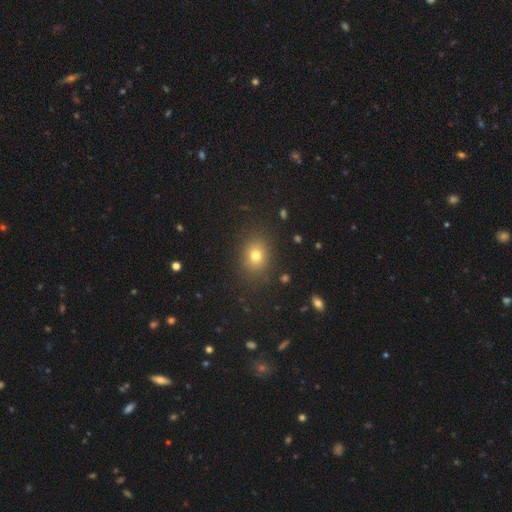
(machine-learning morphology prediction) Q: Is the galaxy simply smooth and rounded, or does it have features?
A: smooth — 75%.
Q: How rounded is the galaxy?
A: round — 52%.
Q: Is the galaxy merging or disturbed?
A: none — 86%.